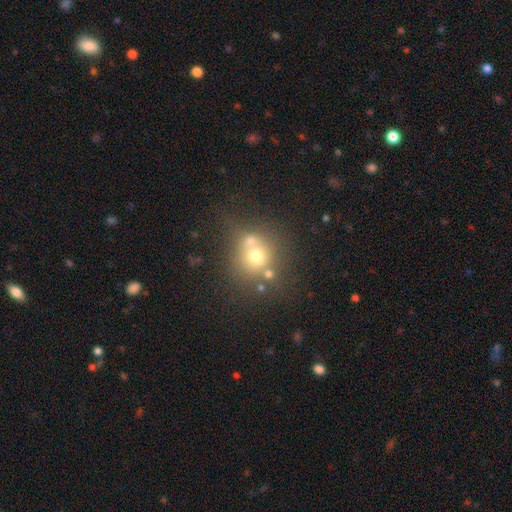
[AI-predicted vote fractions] A smooth galaxy with no disk features (61%) that is round (84%).

Vote fractions:
- Smooth or featured? smooth: 61% / featured or disk: 22% / star or artifact: 17%
- How rounded? round: 84% / in between: 15% / cigar-shaped: 1%
- Merging? none: 46% / merger: 38% / minor disturbance: 11% / major disturbance: 5%